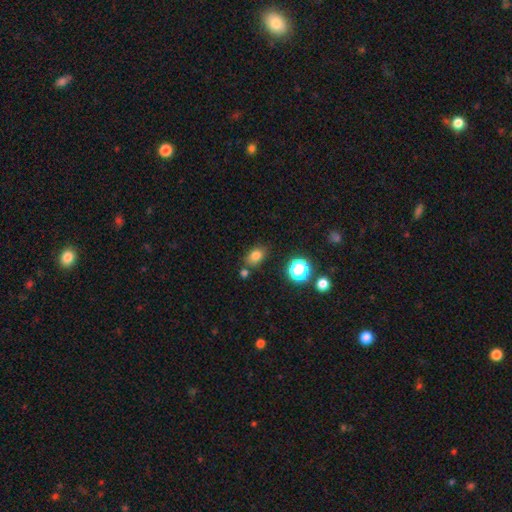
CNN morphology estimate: Smooth or featured: smooth — 78% (star or artifact — 14%)
How rounded: in between — 73% (round — 25%)
Merging: none — 75% (minor disturbance — 13%)